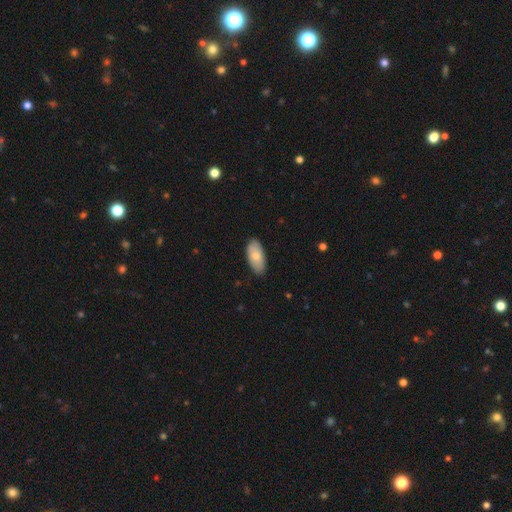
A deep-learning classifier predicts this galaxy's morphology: The model was most divided on "smooth or featured": smooth: 77%, featured or disk: 17%, star or artifact: 6%. More confident: how rounded — in between (93%); merging — none (83%).